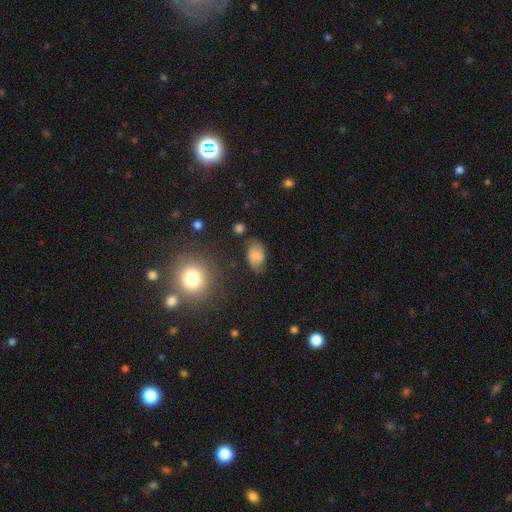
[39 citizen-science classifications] Q: Smooth or featured?
A: smooth (85%); runner-up: featured or disk (8%)
Q: How rounded?
A: in between (88%); runner-up: round (12%)
Q: Merging?
A: none (69%); runner-up: minor disturbance (28%)